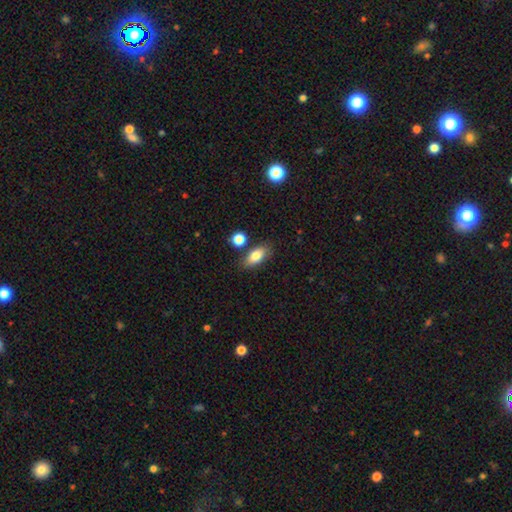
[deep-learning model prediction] Q: Smooth or featured?
A: smooth (80%); runner-up: featured or disk (12%)
Q: How rounded?
A: in between (84%); runner-up: cigar-shaped (10%)
Q: Merging?
A: none (77%); runner-up: minor disturbance (12%)